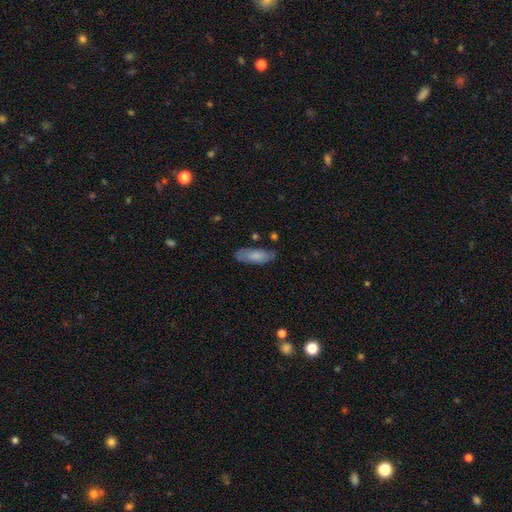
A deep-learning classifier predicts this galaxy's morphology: Q: Smooth or featured?
A: smooth (70%); runner-up: featured or disk (23%)
Q: How rounded?
A: in between (70%); runner-up: cigar-shaped (28%)
Q: Merging?
A: none (75%); runner-up: minor disturbance (18%)